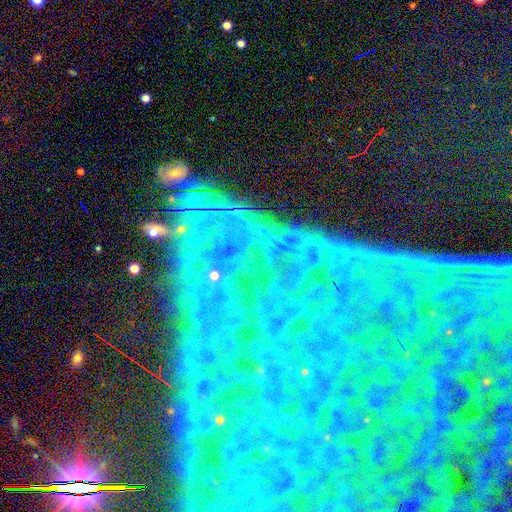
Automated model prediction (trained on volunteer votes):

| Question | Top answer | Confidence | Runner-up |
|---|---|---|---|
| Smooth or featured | star or artifact | 85% | featured or disk (8%) |